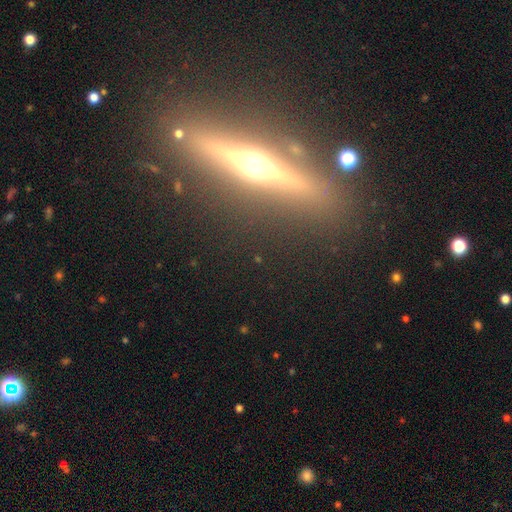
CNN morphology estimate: Smooth or featured? Predicted: featured or disk (p=0.80). Edge-on disk? Predicted: yes (p=0.97). Edge-on bulge? Predicted: rounded (p=0.94). Merging? Predicted: none (p=0.88).